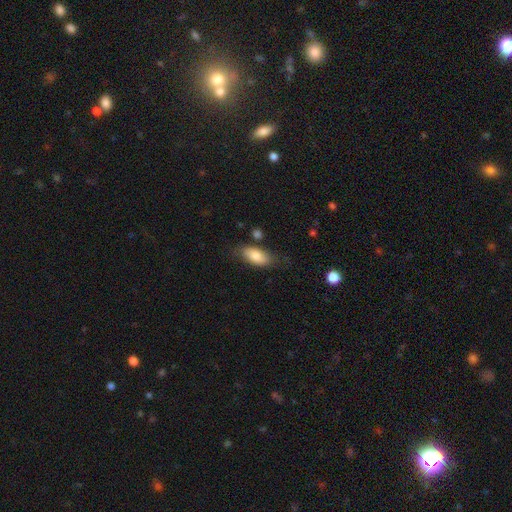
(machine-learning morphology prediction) A smooth galaxy with no disk features (80%) that is in between round and cigar-shaped (88%). Merging: none (70%).